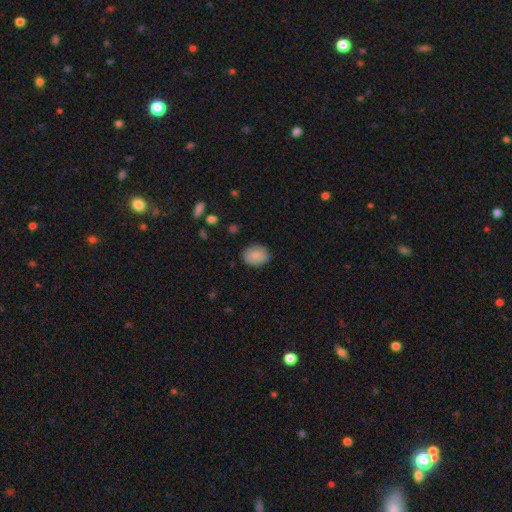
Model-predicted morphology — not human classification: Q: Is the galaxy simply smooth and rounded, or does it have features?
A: smooth — 87%.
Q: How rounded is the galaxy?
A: in between — 62%.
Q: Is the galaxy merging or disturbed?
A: none — 85%.